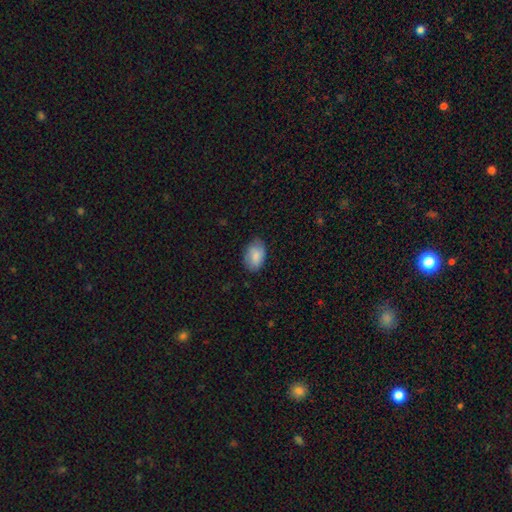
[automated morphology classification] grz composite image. It shows a smooth galaxy with no disk features (83%) that is in between round and cigar-shaped (89%). Merging: none (74%).